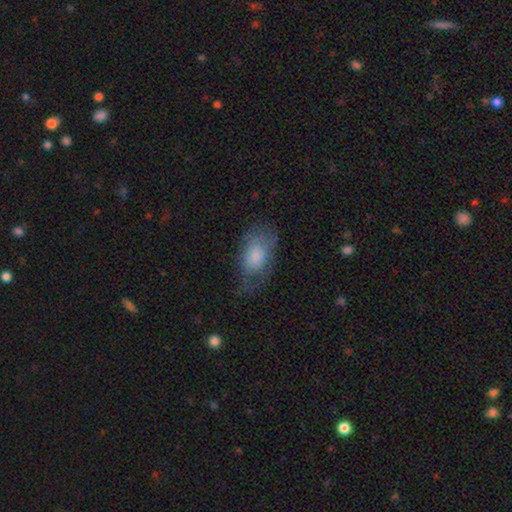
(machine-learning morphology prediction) This is likely a smooth galaxy (67%). How rounded: clearly in between (91%). Merging: possibly none (50%).